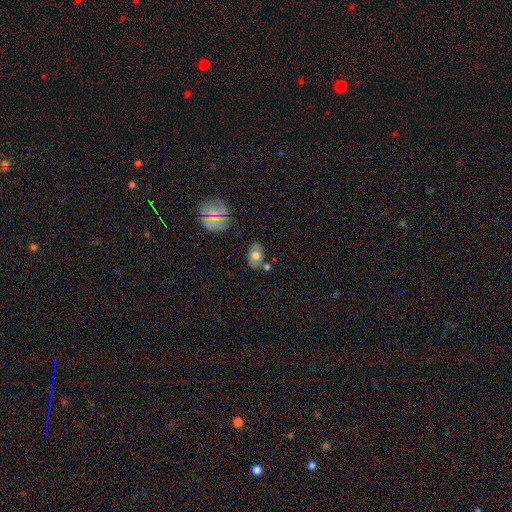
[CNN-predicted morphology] This is likely a smooth galaxy (66%). How rounded: clearly in between (83%). Merging: likely none (70%).